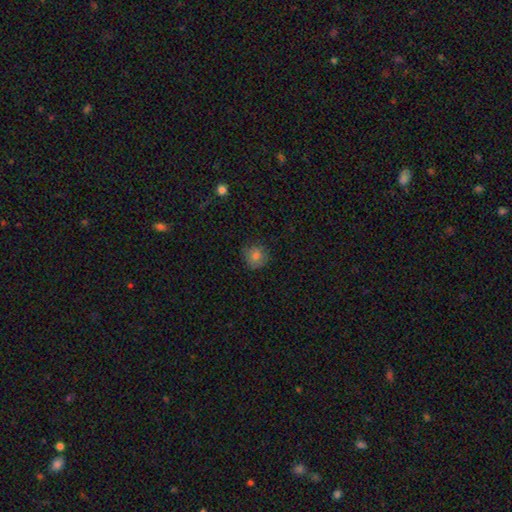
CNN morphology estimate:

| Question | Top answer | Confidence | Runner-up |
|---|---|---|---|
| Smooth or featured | smooth | 79% | star or artifact (12%) |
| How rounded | round | 90% | in between (9%) |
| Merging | none | 82% | minor disturbance (14%) |